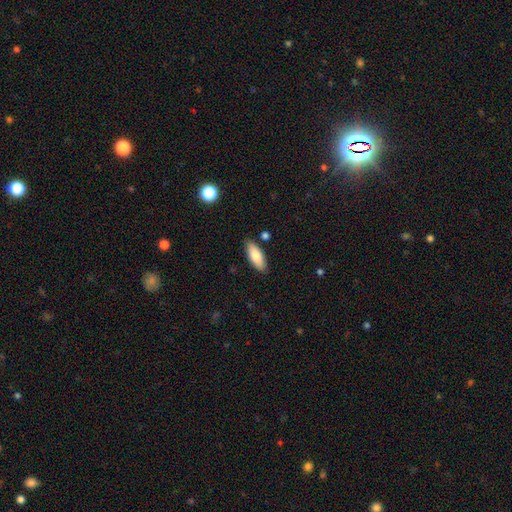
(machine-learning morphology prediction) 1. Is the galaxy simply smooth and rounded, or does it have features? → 82% smooth, 12% featured or disk, 6% star or artifact.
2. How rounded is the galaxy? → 75% in between, 23% cigar-shaped, 2% round.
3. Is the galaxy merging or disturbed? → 85% none, 11% minor disturbance, 2% merger, 2% major disturbance.